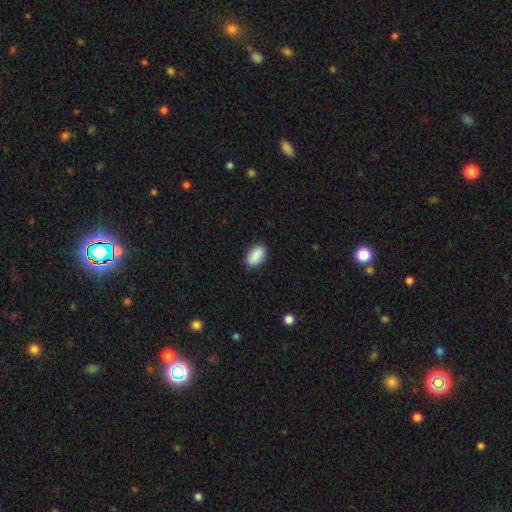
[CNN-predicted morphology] The model was most divided on "merging": none: 87%, minor disturbance: 10%, major disturbance: 2%, merger: 1%. More confident: how rounded — in between (92%); smooth or featured — smooth (90%).